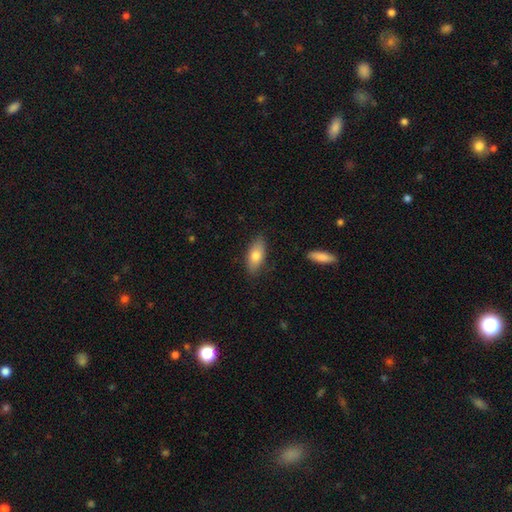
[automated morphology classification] A smooth galaxy with no disk features (75%) that is in between round and cigar-shaped (84%).

Vote fractions:
- Smooth or featured? smooth: 75% / featured or disk: 18% / star or artifact: 6%
- How rounded? in between: 84% / cigar-shaped: 13% / round: 3%
- Merging? none: 84% / minor disturbance: 12% / major disturbance: 2% / merger: 1%